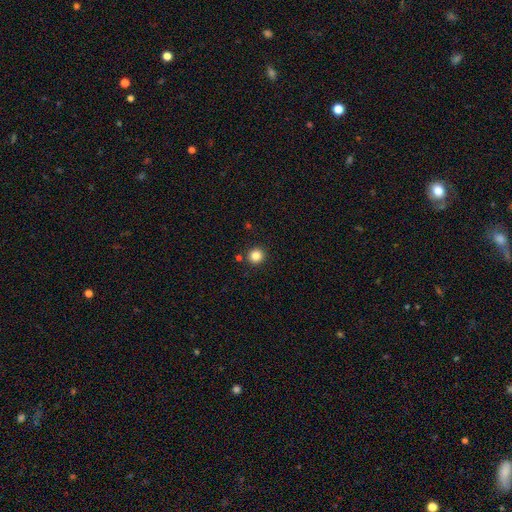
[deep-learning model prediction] smooth 84%, star or artifact 12%, featured or disk 4%. Down the decision tree: how rounded — round (93%); merging — none (90%).